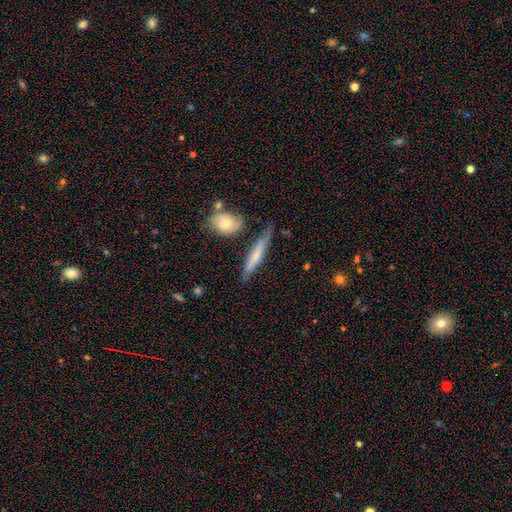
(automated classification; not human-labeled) Smooth or featured? Predicted: smooth (p=0.54). How rounded? Predicted: cigar-shaped (p=0.89). Merging? Predicted: none (p=0.70).